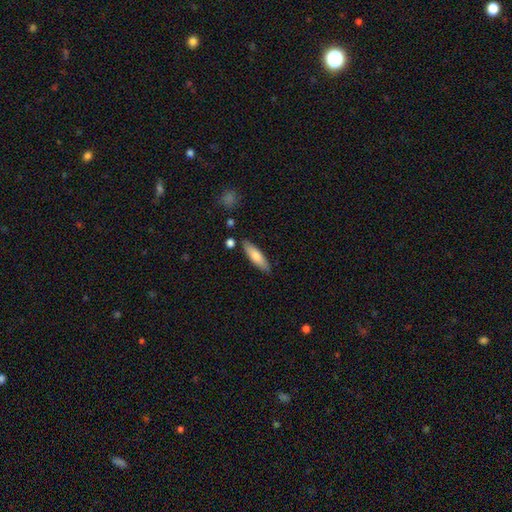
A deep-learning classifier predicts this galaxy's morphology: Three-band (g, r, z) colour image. It shows a smooth galaxy with no disk features (72%) that is cigar-shaped (64%). Merging: none (84%).